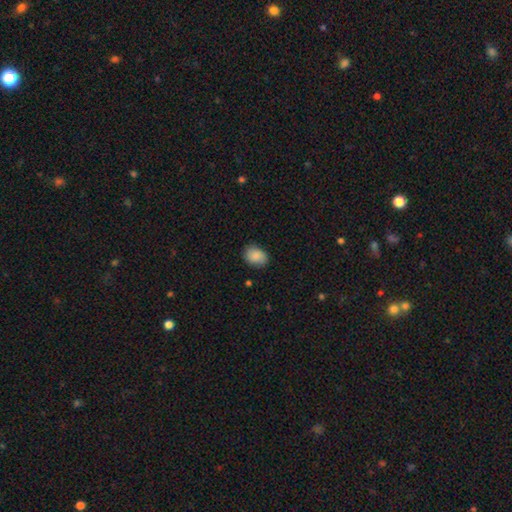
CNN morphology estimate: Overall: smooth (86%). How rounded: in between (68%; round 31%). Merging: none (81%).